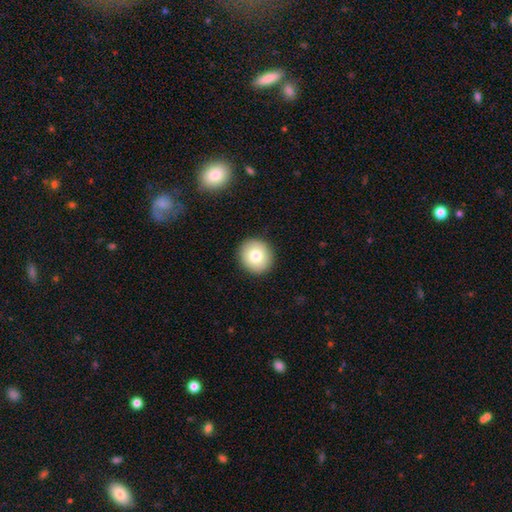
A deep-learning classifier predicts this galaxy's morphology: The model was most divided on "smooth or featured": smooth: 80%, featured or disk: 12%, star or artifact: 8%. More confident: merging — none (92%); how rounded — round (88%).